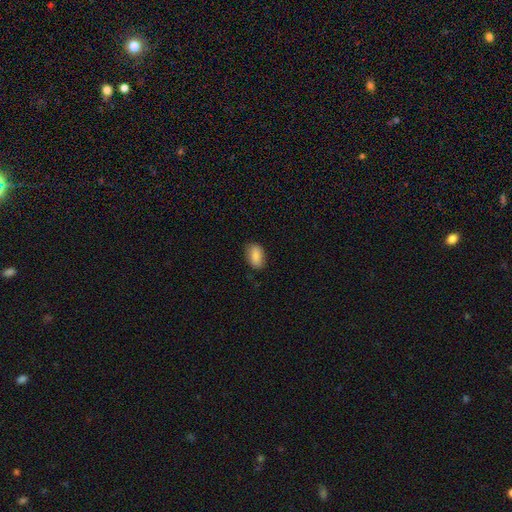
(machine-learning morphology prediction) smooth 85%, featured or disk 8%, star or artifact 7%. Down the decision tree: how rounded — in between (89%); merging — none (82%).